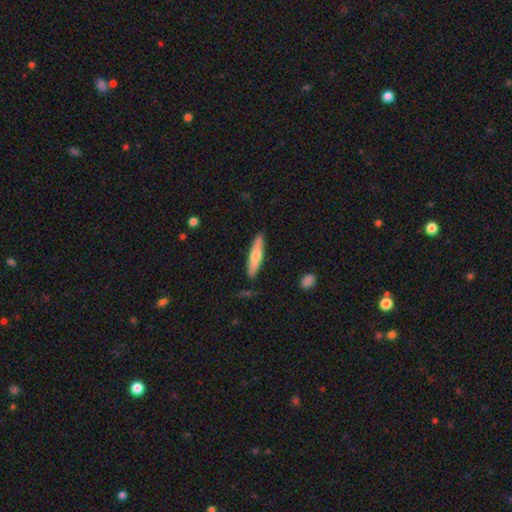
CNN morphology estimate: smooth-or-featured: smooth: 56% | featured or disk: 38% | star or artifact: 6%
  how-rounded: cigar-shaped: 81% | in between: 17% | round: 2%
  merging: none: 87% | minor disturbance: 9% | merger: 2% | major disturbance: 2%